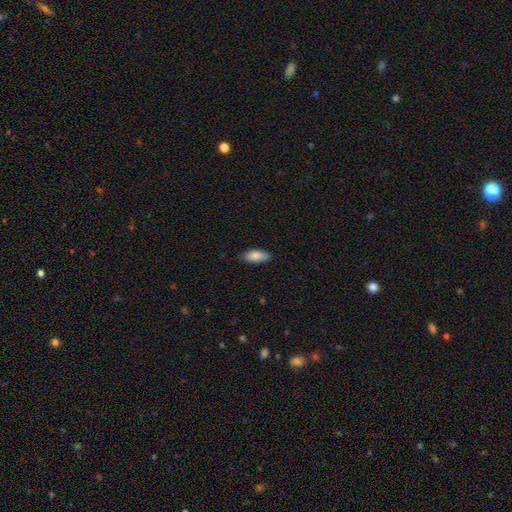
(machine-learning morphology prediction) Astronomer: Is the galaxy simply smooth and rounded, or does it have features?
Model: smooth — 84%.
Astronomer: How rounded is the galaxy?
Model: in between — 84%.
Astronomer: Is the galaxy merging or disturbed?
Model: none — 84%.